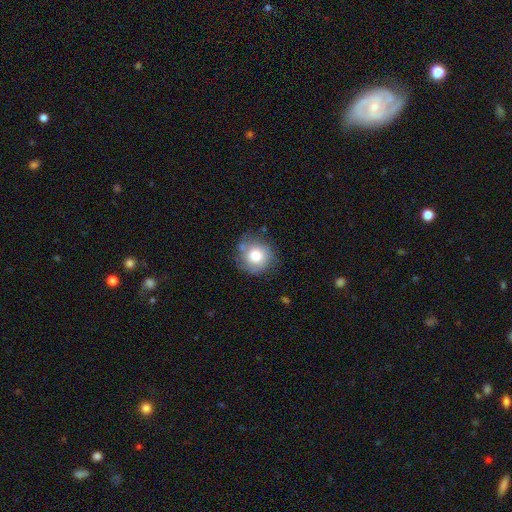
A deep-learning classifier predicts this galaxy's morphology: Smooth or featured? Predicted: smooth (p=0.78). How rounded? Predicted: round (p=0.89). Merging? Predicted: none (p=0.71).